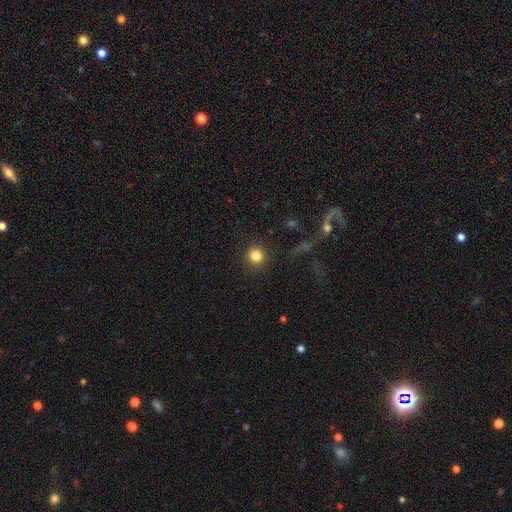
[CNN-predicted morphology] A smooth galaxy with no disk features (82%) that is round (94%). Merging: none (90%).